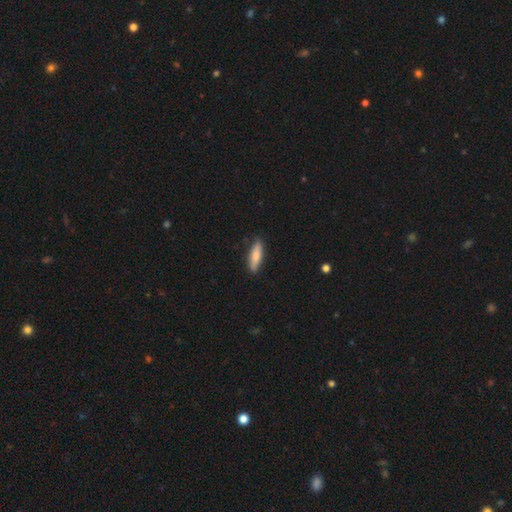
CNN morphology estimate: Smooth or featured? smooth (78%)
How rounded? cigar-shaped (65%)
Merging? none (86%)